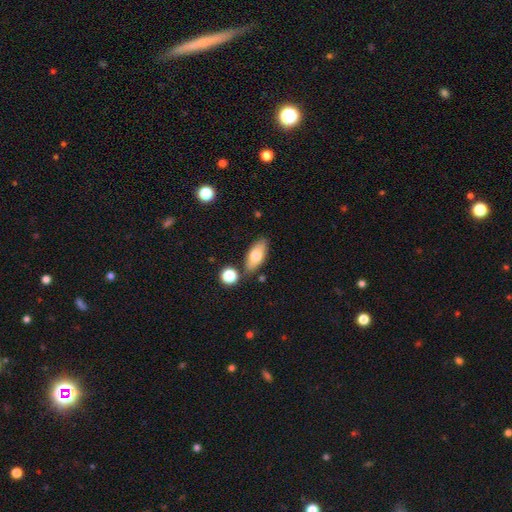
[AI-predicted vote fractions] The model was most divided on "smooth or featured": smooth: 74%, featured or disk: 20%, star or artifact: 7%. More confident: how rounded — in between (84%); merging — none (79%).